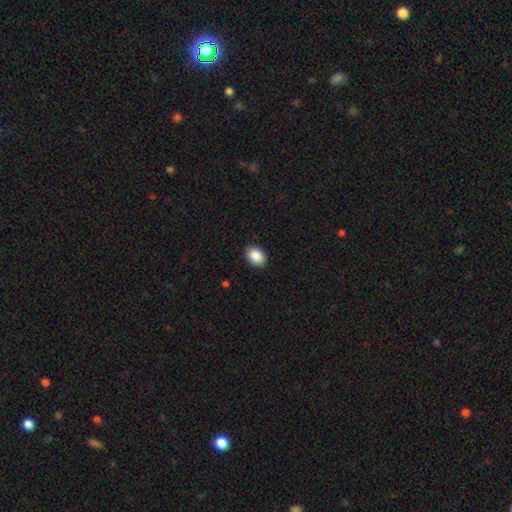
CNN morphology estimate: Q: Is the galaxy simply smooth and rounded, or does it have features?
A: smooth — 88%.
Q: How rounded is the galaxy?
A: in between — 61%.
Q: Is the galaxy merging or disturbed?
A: none — 89%.